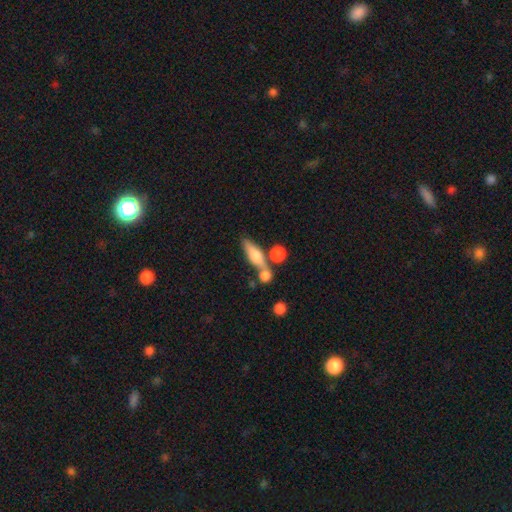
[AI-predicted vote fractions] Smooth or featured? Predicted: smooth (p=0.60). How rounded? Predicted: cigar-shaped (p=0.49). Merging? Predicted: none (p=0.53).